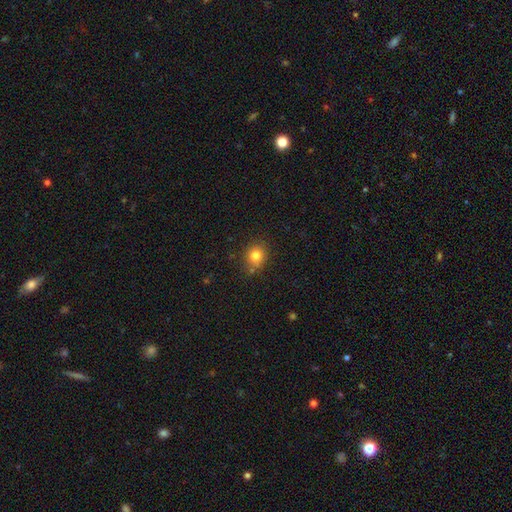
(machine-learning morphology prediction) Q: Smooth or featured?
A: smooth (81%); runner-up: star or artifact (12%)
Q: How rounded?
A: round (74%); runner-up: in between (25%)
Q: Merging?
A: none (78%); runner-up: minor disturbance (14%)